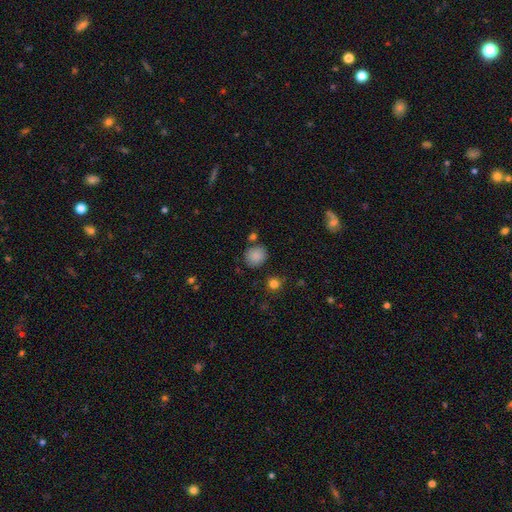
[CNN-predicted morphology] Q: Smooth or featured?
A: smooth (85%); runner-up: star or artifact (10%)
Q: How rounded?
A: round (83%); runner-up: in between (16%)
Q: Merging?
A: none (79%); runner-up: minor disturbance (11%)